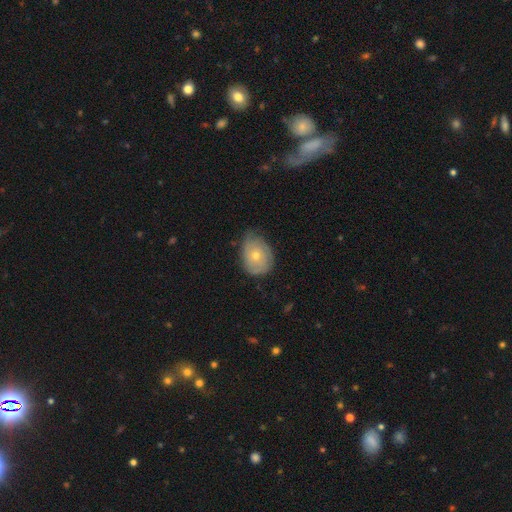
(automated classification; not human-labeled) Q: Smooth or featured?
A: smooth (49%); runner-up: featured or disk (44%)
Q: Merging?
A: none (54%); runner-up: minor disturbance (36%)